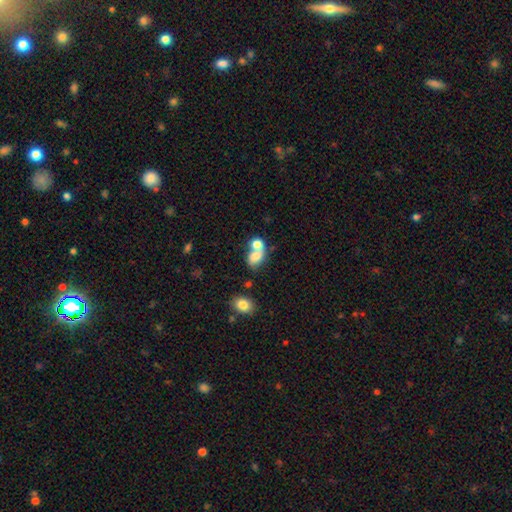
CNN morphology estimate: smooth 70%, featured or disk 19%, star or artifact 11%. Down the decision tree: how rounded — in between (62%); merging — merger (57%).